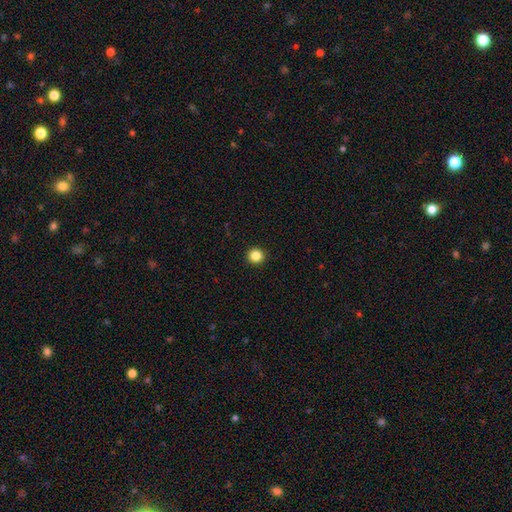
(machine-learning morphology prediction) The model was most divided on "smooth or featured": smooth: 85%, star or artifact: 11%, featured or disk: 4%. More confident: how rounded — round (95%); merging — none (94%).